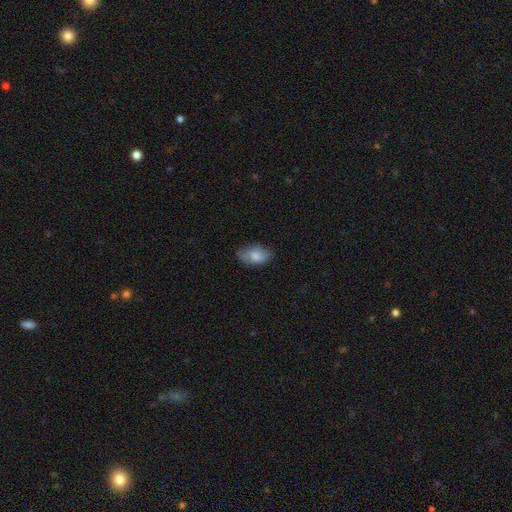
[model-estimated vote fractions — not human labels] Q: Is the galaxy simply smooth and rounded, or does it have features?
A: smooth — 78%.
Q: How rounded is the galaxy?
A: in between — 91%.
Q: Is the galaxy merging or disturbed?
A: none — 67%.